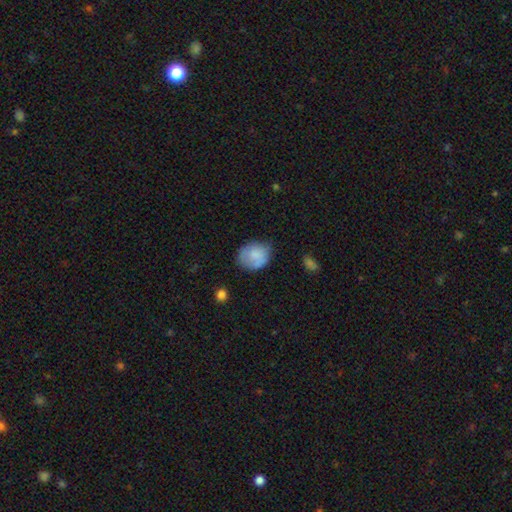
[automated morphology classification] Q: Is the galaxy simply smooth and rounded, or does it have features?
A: smooth — 78%.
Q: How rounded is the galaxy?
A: round — 60%.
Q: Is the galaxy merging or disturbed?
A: none — 57%.